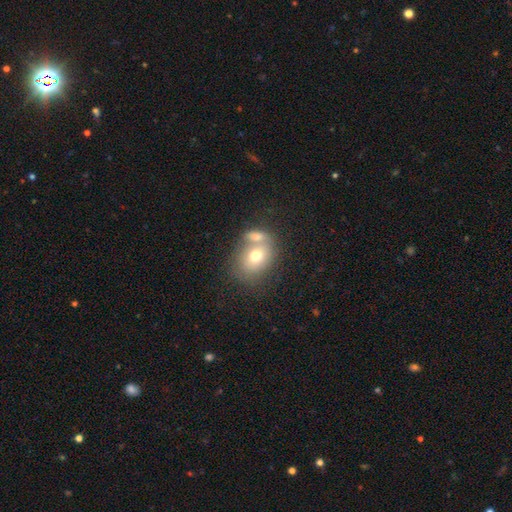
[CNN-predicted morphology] Smooth or featured?
  - smooth: 70% *
  - featured or disk: 21%
  - star or artifact: 9%
How rounded?
  - in between: 59% *
  - round: 40%
  - cigar-shaped: 1%
Merging?
  - merger: 45% *
  - none: 38%
  - minor disturbance: 12%
  - major disturbance: 6%